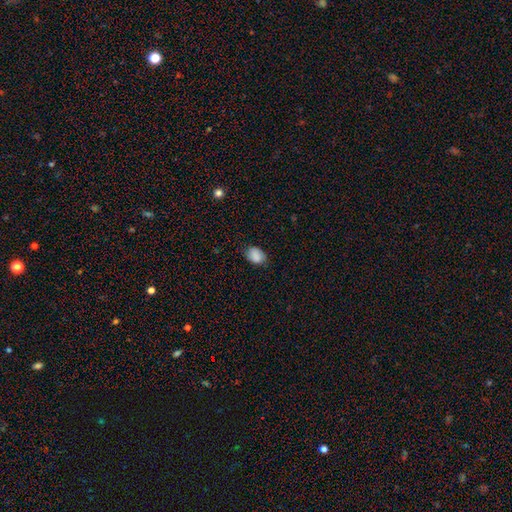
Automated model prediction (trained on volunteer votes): Q: Smooth or featured?
A: smooth (88%); runner-up: star or artifact (8%)
Q: How rounded?
A: in between (74%); runner-up: round (25%)
Q: Merging?
A: none (78%); runner-up: minor disturbance (18%)